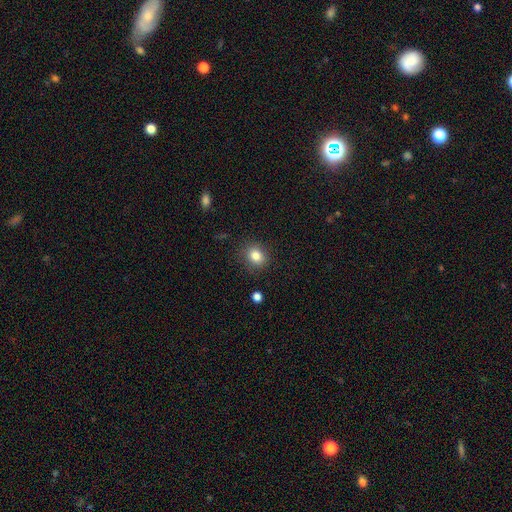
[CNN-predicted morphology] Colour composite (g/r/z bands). It shows a smooth galaxy with no disk features (84%) that is round (71%). Merging: none (86%).